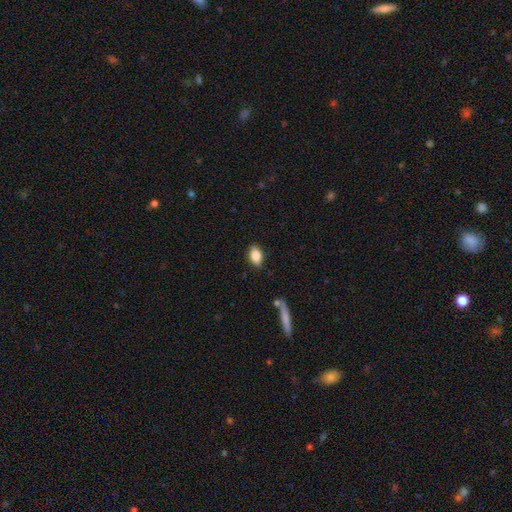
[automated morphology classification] Q: Smooth or featured?
A: smooth (83%); runner-up: featured or disk (10%)
Q: How rounded?
A: in between (87%); runner-up: round (8%)
Q: Merging?
A: none (85%); runner-up: minor disturbance (10%)